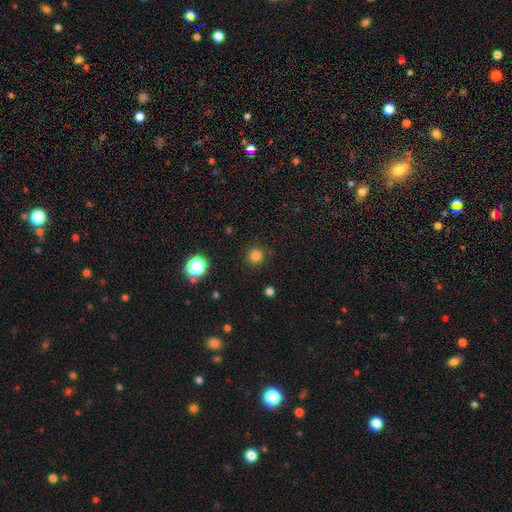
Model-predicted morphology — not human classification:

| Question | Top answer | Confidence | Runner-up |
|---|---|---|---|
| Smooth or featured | smooth | 81% | star or artifact (15%) |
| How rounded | round | 95% | in between (4%) |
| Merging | none | 90% | minor disturbance (6%) |